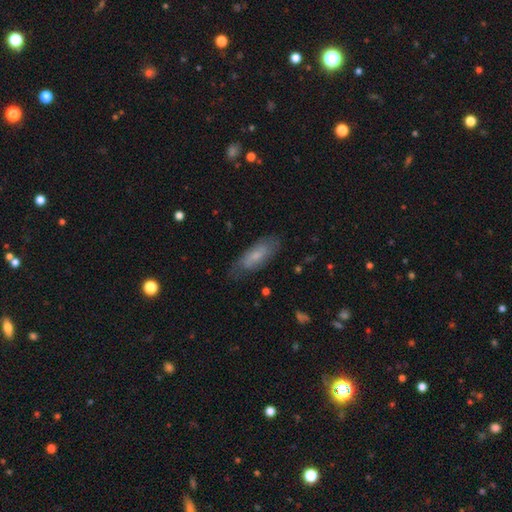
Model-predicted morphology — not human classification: This is possibly a smooth galaxy (57%). How rounded: likely in between (69%). Merging: likely none (72%).